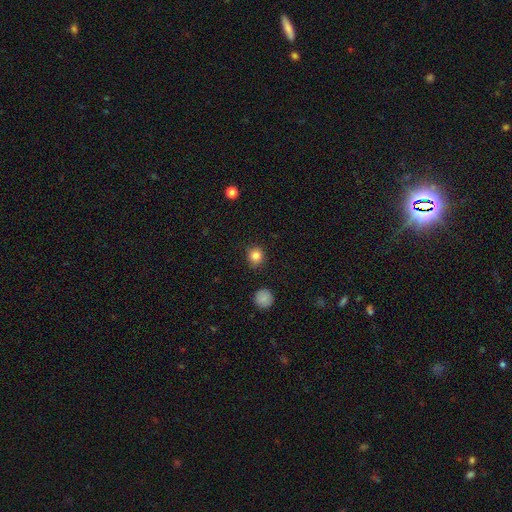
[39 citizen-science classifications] smooth 87%, star or artifact 10%, featured or disk 3%. Down the decision tree: how rounded — round (91%); merging — none (86%).